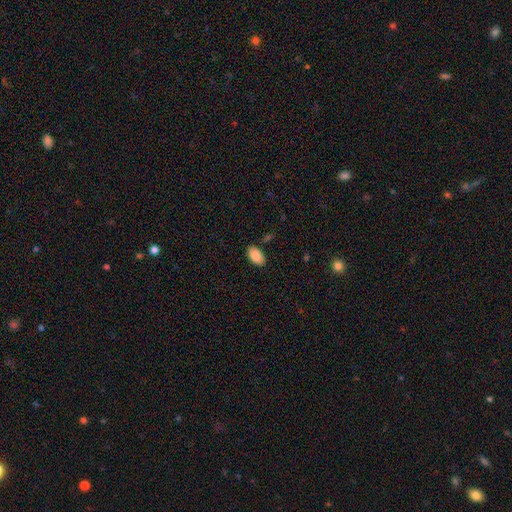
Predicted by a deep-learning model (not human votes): Smooth or featured? smooth (88%)
How rounded? in between (94%)
Merging? none (86%)